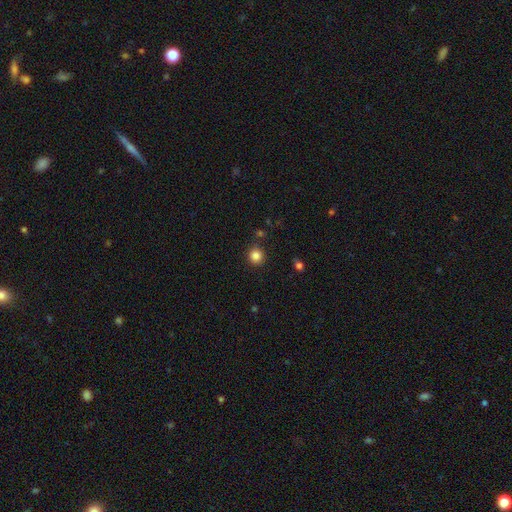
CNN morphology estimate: Smooth or featured? smooth (84%)
How rounded? round (93%)
Merging? none (89%)